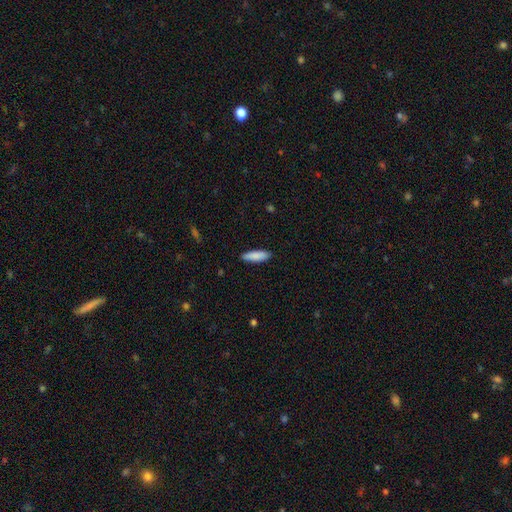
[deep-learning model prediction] Smooth or featured?
  - smooth: 87% *
  - featured or disk: 7%
  - star or artifact: 6%
How rounded?
  - cigar-shaped: 58% *
  - in between: 40%
  - round: 1%
Merging?
  - none: 89% *
  - minor disturbance: 8%
  - major disturbance: 2%
  - merger: 1%